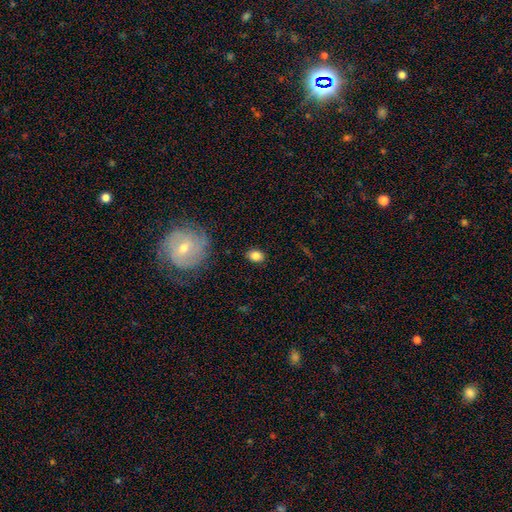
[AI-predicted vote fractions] This is clearly a smooth galaxy (84%). How rounded: likely in between (71%). Merging: clearly none (85%).